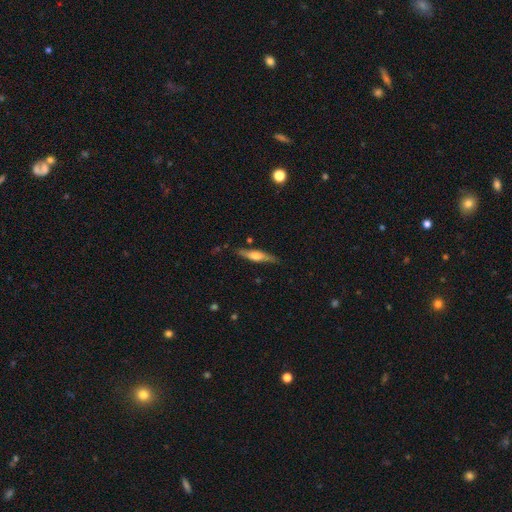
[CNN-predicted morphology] Smooth or featured? Predicted: featured or disk (p=0.54). Edge-on disk? Predicted: yes (p=0.93). Merging? Predicted: none (p=0.83).